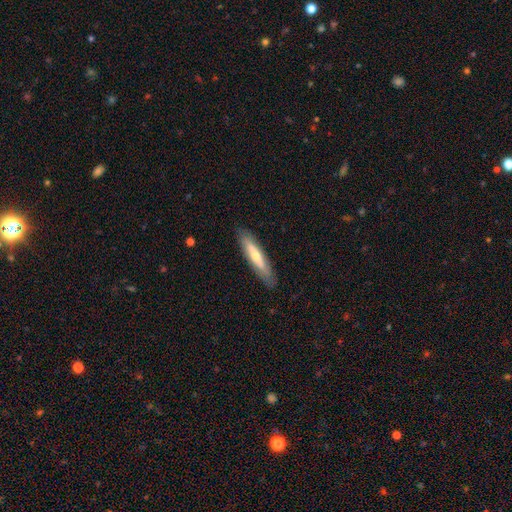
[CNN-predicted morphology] This appears to be a smooth galaxy with no disk features (49%). Merging: none (86%).